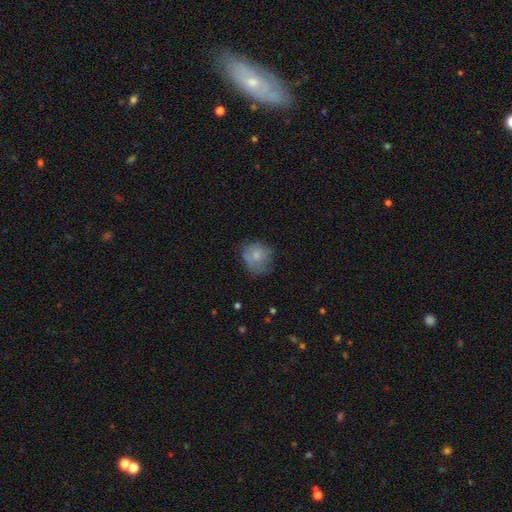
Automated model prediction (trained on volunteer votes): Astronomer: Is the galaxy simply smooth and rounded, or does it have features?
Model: smooth — 70%.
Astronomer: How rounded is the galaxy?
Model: round — 74%.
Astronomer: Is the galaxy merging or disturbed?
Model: none — 51% (runner-up: minor disturbance, 30%).